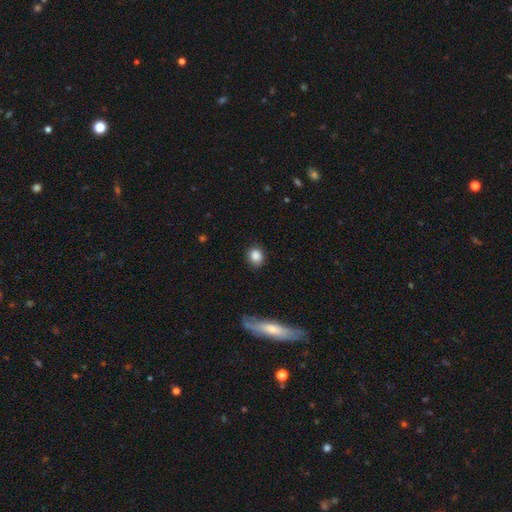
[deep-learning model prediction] This appears to be a smooth galaxy with no disk features (86%) that is round (65%). Merging: none (82%).